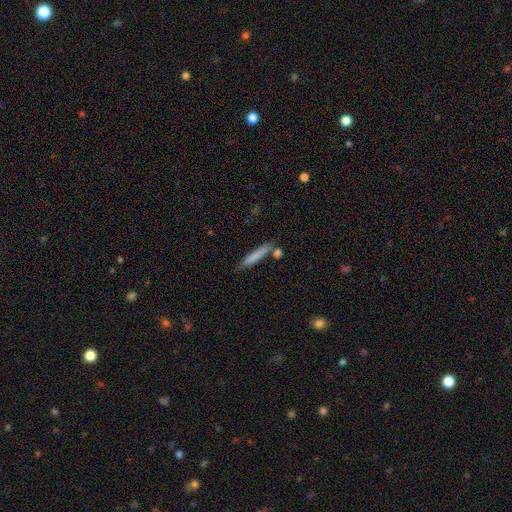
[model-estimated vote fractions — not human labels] Morphology: type=smooth (75%); roundness=cigar-shaped (92%); merging=none (76%).